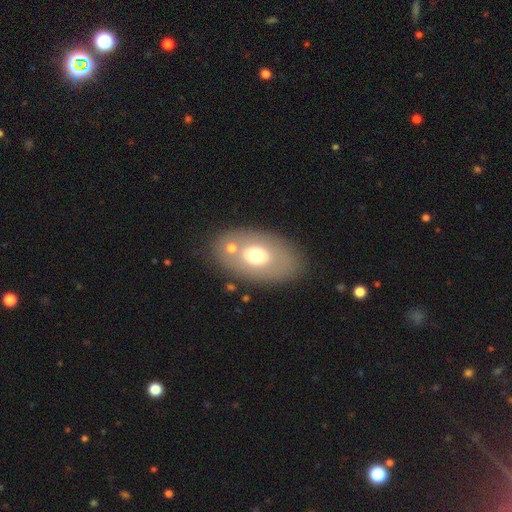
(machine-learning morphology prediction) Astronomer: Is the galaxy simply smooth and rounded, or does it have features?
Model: smooth — 60%.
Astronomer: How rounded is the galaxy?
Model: in between — 88%.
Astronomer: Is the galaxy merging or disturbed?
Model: none — 72%.